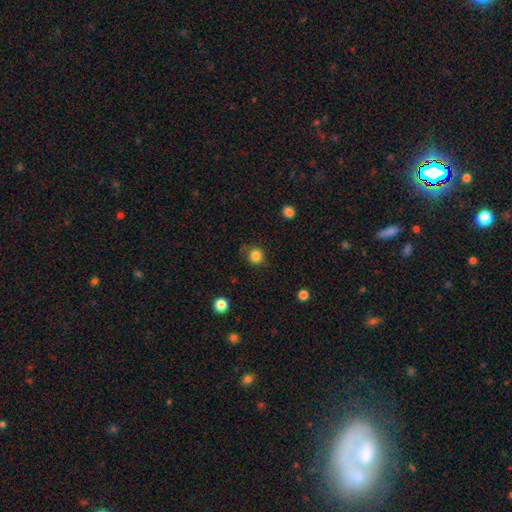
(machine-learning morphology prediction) type=smooth (84%); roundness=round (87%); merging=none (77%).